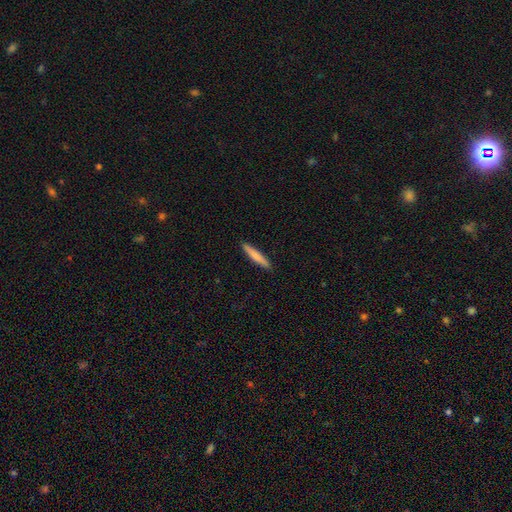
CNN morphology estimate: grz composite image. It shows a smooth galaxy with no disk features (77%) that is cigar-shaped (93%). Merging: none (92%).